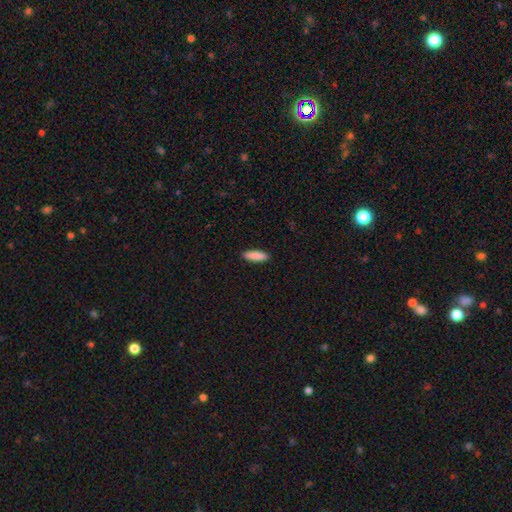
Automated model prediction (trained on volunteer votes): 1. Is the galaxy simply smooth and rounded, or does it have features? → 89% smooth, 6% star or artifact, 5% featured or disk.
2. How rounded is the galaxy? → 54% cigar-shaped, 44% in between, 2% round.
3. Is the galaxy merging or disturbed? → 91% none, 7% minor disturbance, 2% major disturbance, 1% merger.